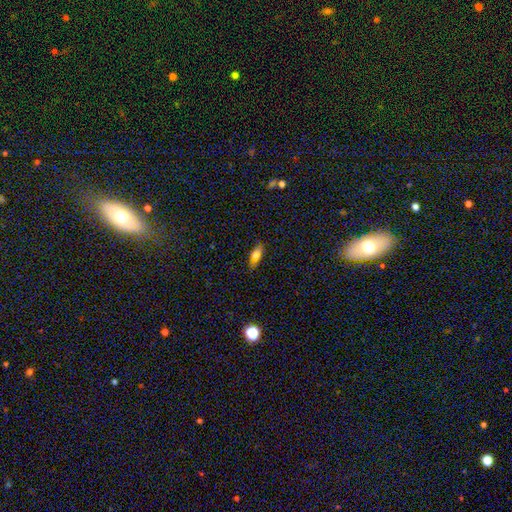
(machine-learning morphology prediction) Overall: smooth (68%). How rounded: in between (70%). Merging: none (81%).